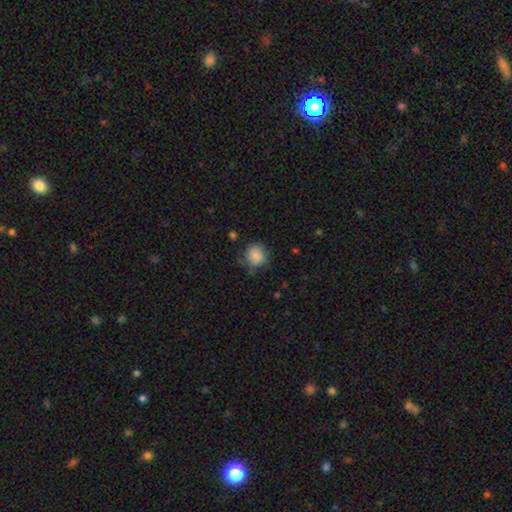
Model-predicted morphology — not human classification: smooth-or-featured: smooth: 83% | star or artifact: 9% | featured or disk: 8%
  how-rounded: round: 86% | in between: 13% | cigar-shaped: 1%
  merging: none: 71% | minor disturbance: 21% | major disturbance: 6% | merger: 2%